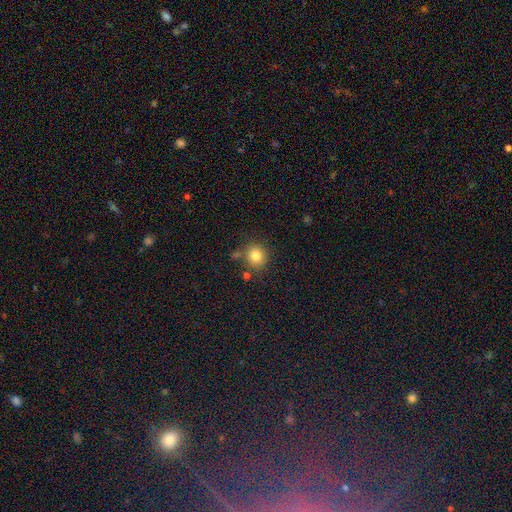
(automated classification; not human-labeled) Smooth or featured? Predicted: smooth (p=0.82). How rounded? Predicted: round (p=0.86). Merging? Predicted: none (p=0.76).